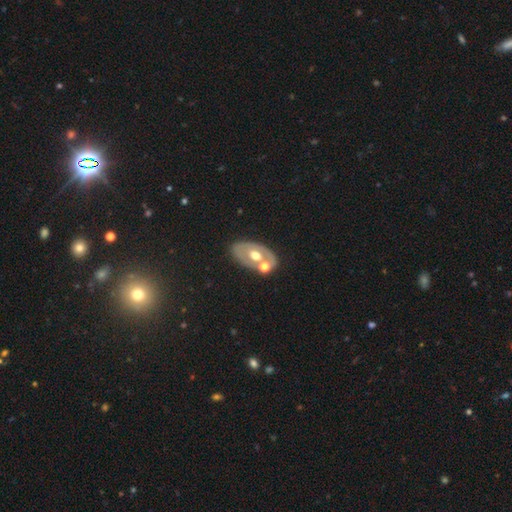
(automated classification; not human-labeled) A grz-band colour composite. It shows a featured or disk galaxy (55%). Merging: none (61%).